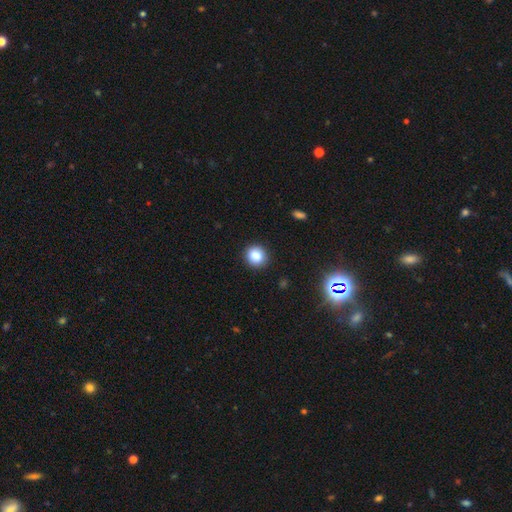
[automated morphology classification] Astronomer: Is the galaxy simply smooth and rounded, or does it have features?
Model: smooth — 85%.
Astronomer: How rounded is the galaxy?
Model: round — 89%.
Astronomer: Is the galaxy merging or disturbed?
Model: none — 91%.